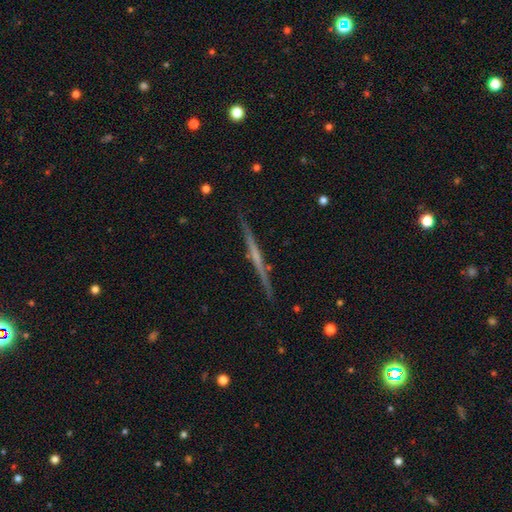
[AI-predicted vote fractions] Smooth or featured: featured or disk — 71% (smooth — 23%)
Edge-on disk: yes — 98% (no — 2%)
Edge-on bulge: none — 68% (rounded — 23%)
Merging: none — 90% (minor disturbance — 7%)